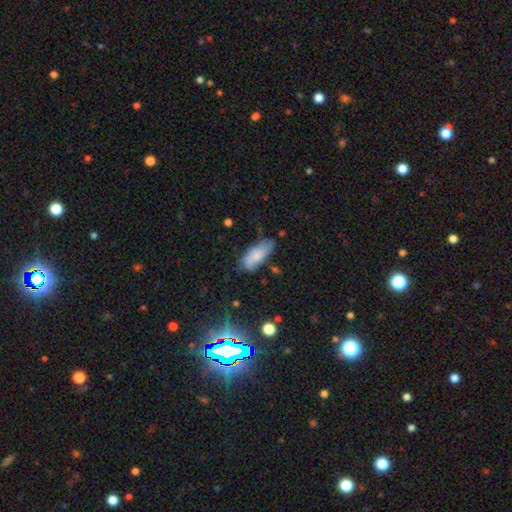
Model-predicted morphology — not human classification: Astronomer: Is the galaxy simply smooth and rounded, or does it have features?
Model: smooth — 73%.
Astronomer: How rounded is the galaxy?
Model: in between — 83%.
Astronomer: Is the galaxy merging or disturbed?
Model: none — 54% (runner-up: minor disturbance, 31%).